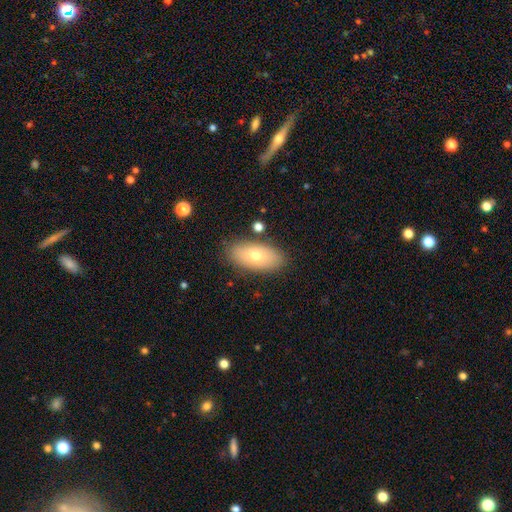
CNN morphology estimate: This appears to be a smooth galaxy with no disk features (70%) that is in between round and cigar-shaped (90%). Merging: none (84%).